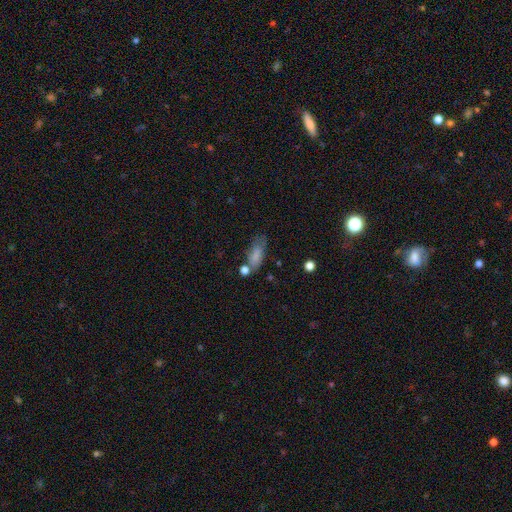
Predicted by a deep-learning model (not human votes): The model was most divided on "merging": none: 47%, minor disturbance: 26%, major disturbance: 14%, merger: 13%. More confident: smooth or featured — smooth (78%); how rounded — in between (74%).